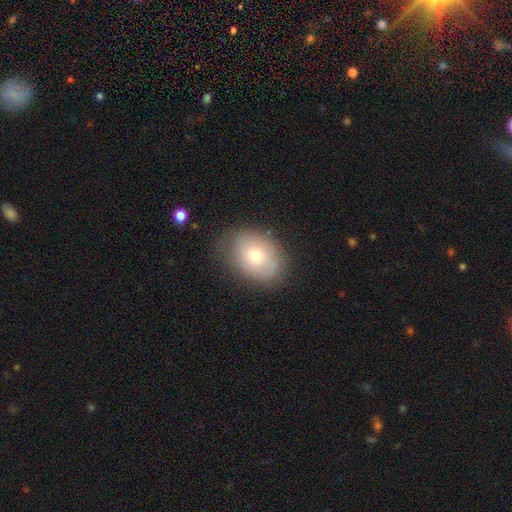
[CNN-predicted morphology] type=smooth (67%); roundness=in between (67%); merging=none (74%).